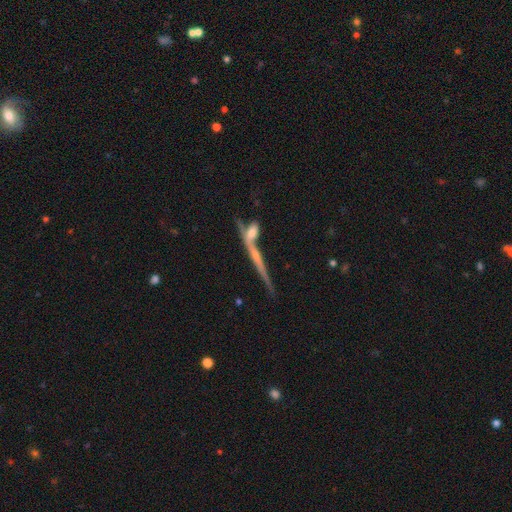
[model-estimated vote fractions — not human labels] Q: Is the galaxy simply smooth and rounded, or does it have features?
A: featured or disk — 63%.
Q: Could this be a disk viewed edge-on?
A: yes — 87%.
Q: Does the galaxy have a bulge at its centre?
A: rounded — 49%.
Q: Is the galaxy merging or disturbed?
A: none — 47%.